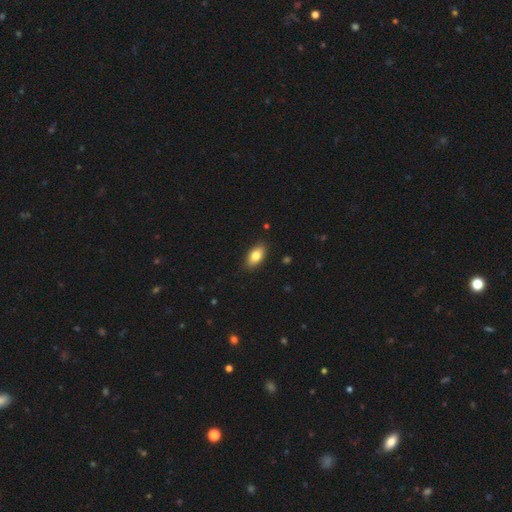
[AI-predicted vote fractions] Smooth or featured: smooth — 82% (featured or disk — 11%)
How rounded: in between — 90% (cigar-shaped — 5%)
Merging: none — 87% (minor disturbance — 10%)